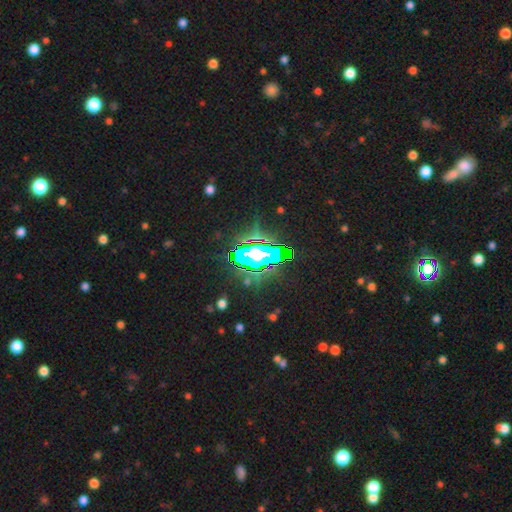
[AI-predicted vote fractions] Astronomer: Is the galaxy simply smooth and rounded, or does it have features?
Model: star or artifact — 67%.